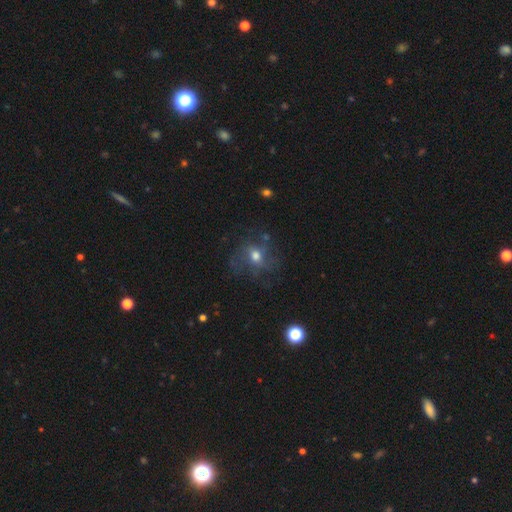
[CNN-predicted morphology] Smooth or featured?
  - smooth: 42% *
  - featured or disk: 41%
  - star or artifact: 17%
Merging?
  - none: 58% *
  - major disturbance: 20%
  - minor disturbance: 19%
  - merger: 3%